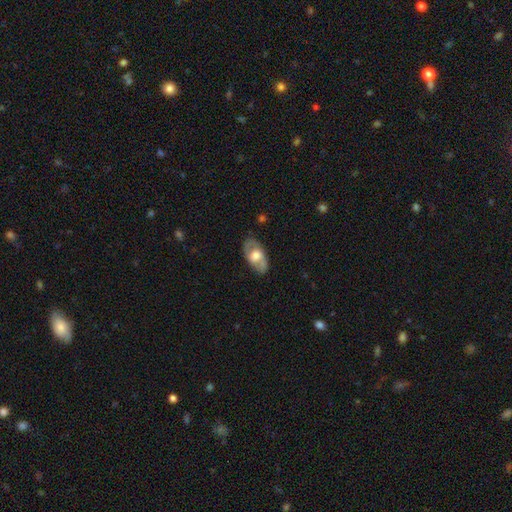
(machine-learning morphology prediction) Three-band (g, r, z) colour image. It shows a featured or disk galaxy (55%). Merging: none (76%).